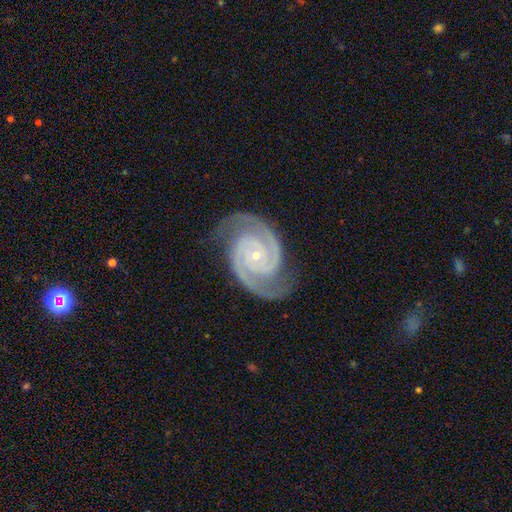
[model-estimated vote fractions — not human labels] Q: Smooth or featured?
A: featured or disk (94%); runner-up: star or artifact (4%)
Q: Edge-on disk?
A: no (98%); runner-up: yes (2%)
Q: Bar?
A: no (72%); runner-up: weak (19%)
Q: Spiral arms?
A: yes (99%); runner-up: no (1%)
Q: Spiral winding?
A: tight (61%); runner-up: medium (36%)
Q: Spiral arm count?
A: 2 (89%); runner-up: 3 (5%)
Q: Bulge size?
A: small (82%); runner-up: moderate (15%)
Q: Merging?
A: none (82%); runner-up: minor disturbance (13%)